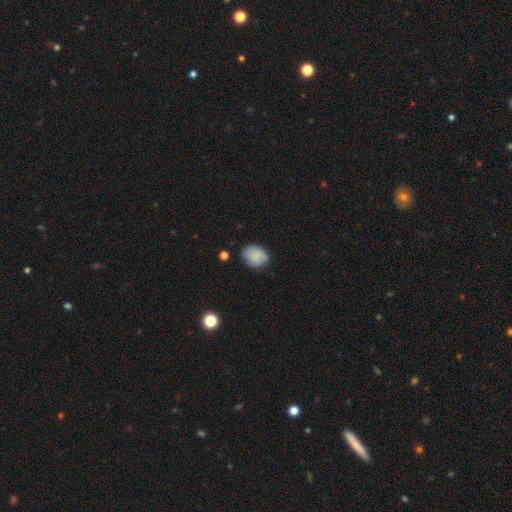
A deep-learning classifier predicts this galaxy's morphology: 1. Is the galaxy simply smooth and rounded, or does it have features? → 73% smooth, 18% featured or disk, 9% star or artifact.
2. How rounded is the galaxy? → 51% in between, 48% round, 1% cigar-shaped.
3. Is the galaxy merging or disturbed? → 67% none, 24% minor disturbance, 6% major disturbance, 2% merger.